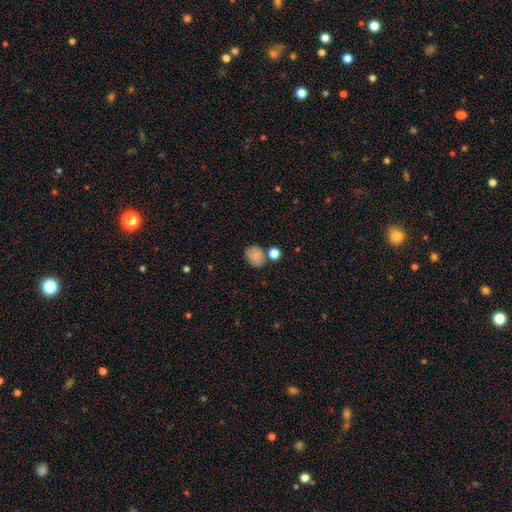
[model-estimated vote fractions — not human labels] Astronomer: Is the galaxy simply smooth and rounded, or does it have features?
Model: smooth — 83%.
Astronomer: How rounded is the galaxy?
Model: in between — 55% (runner-up: round, 44%).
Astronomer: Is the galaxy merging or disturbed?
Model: none — 68%.